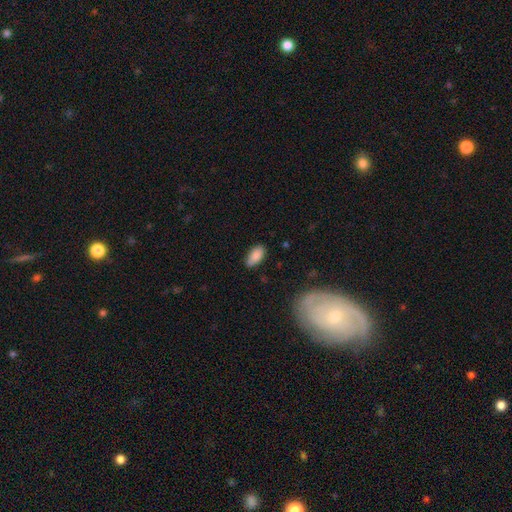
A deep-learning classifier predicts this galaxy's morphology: This is clearly a smooth galaxy (86%). How rounded: clearly in between (90%). Merging: likely none (78%).